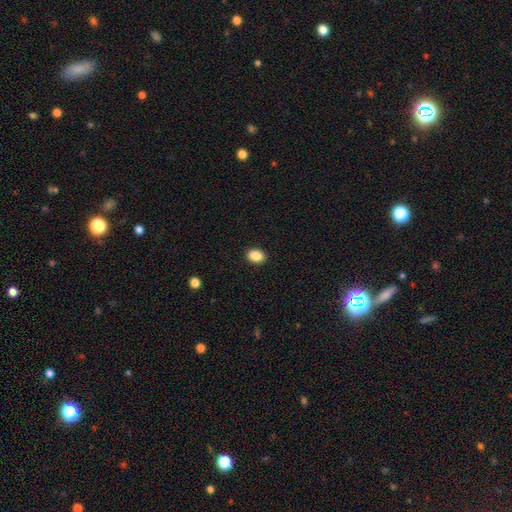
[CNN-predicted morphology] Smooth or featured?
  - smooth: 89% *
  - star or artifact: 8%
  - featured or disk: 3%
How rounded?
  - in between: 69% *
  - round: 30%
  - cigar-shaped: 1%
Merging?
  - none: 91% *
  - minor disturbance: 6%
  - major disturbance: 2%
  - merger: 1%